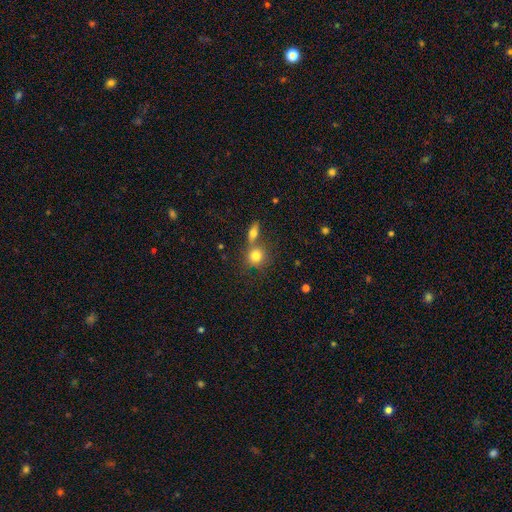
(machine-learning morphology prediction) Smooth or featured? smooth (80%)
How rounded? round (81%)
Merging? none (51%)